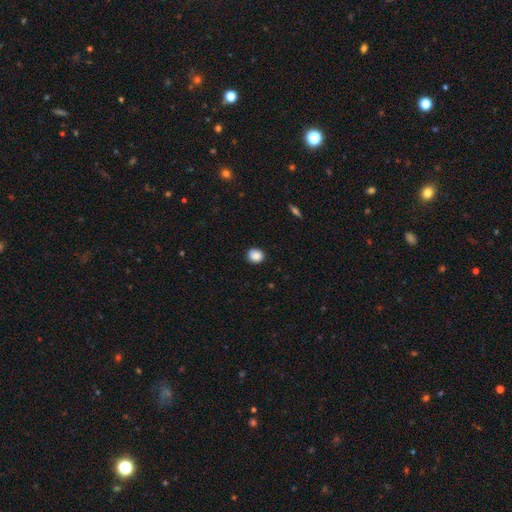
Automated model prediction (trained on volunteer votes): Smooth or featured?
  - smooth: 87% *
  - star or artifact: 9%
  - featured or disk: 4%
How rounded?
  - round: 77% *
  - in between: 22%
  - cigar-shaped: 1%
Merging?
  - none: 86% *
  - minor disturbance: 11%
  - major disturbance: 2%
  - merger: 1%